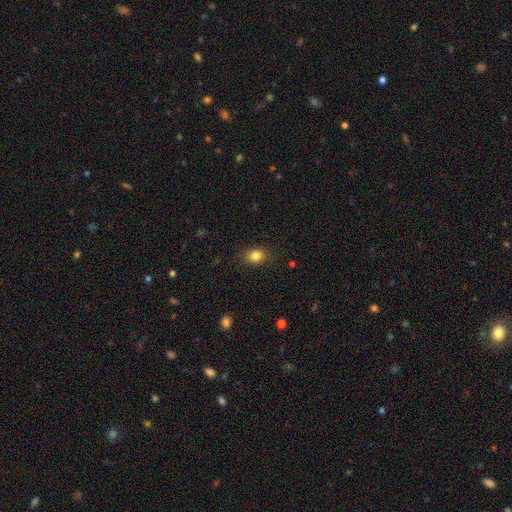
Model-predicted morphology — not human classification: smooth_or_featured: smooth (p=0.83) [alt: star or artifact p=0.11]
how_rounded: in between (p=0.54) [alt: round p=0.45]
merging: none (p=0.86) [alt: minor disturbance p=0.10]